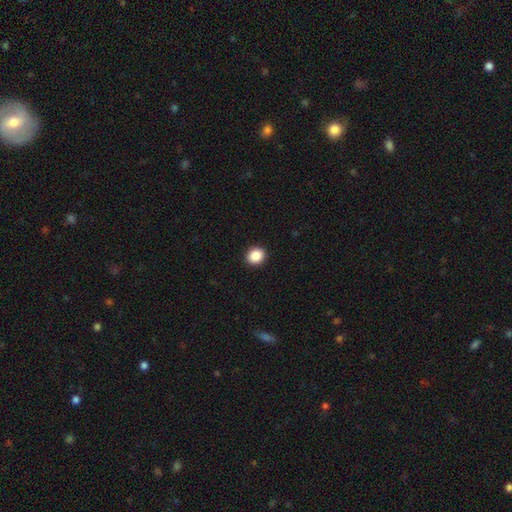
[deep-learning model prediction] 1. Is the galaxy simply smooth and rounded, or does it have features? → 87% smooth, 9% star or artifact, 4% featured or disk.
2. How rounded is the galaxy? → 77% round, 22% in between, 1% cigar-shaped.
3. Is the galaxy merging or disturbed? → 93% none, 5% minor disturbance, 2% major disturbance, 1% merger.